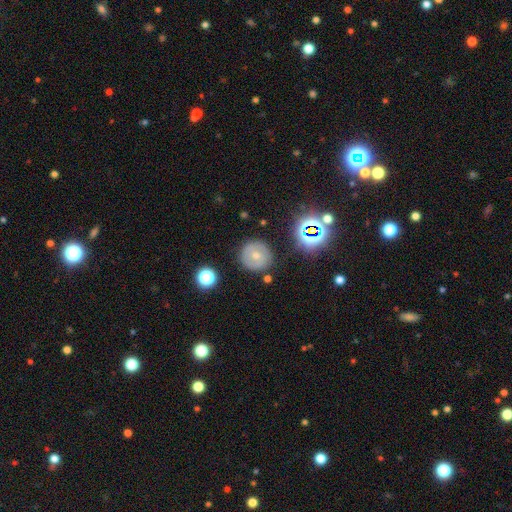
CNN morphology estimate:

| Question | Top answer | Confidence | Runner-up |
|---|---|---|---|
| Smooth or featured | smooth | 53% | featured or disk (32%) |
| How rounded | round | 94% | in between (5%) |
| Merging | none | 83% | minor disturbance (11%) |